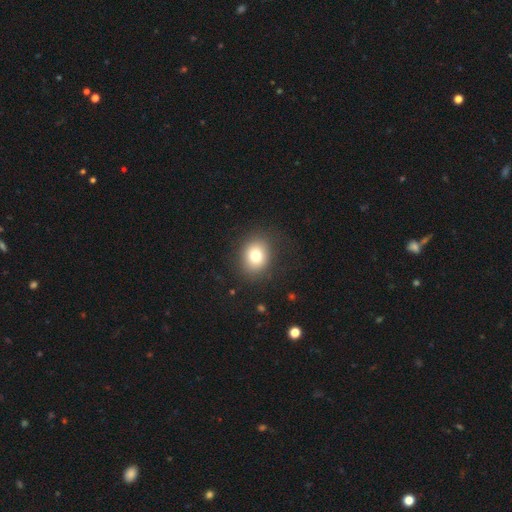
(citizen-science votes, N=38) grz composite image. It shows a smooth galaxy with no disk features (76%) that is round (66%). Merging: none (83%).